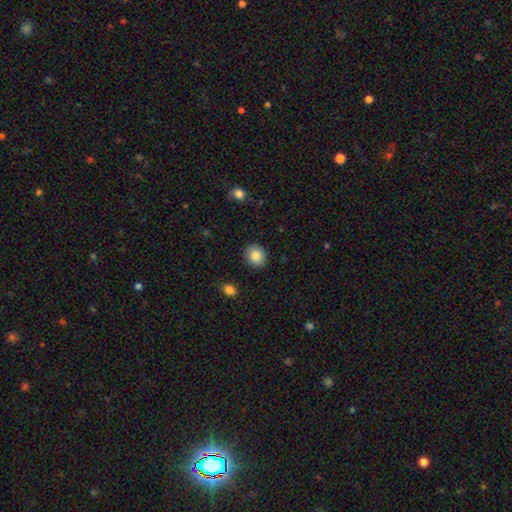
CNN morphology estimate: The model was most divided on "how rounded": round: 78%, in between: 21%, cigar-shaped: 1%. More confident: merging — none (89%); smooth or featured — smooth (87%).